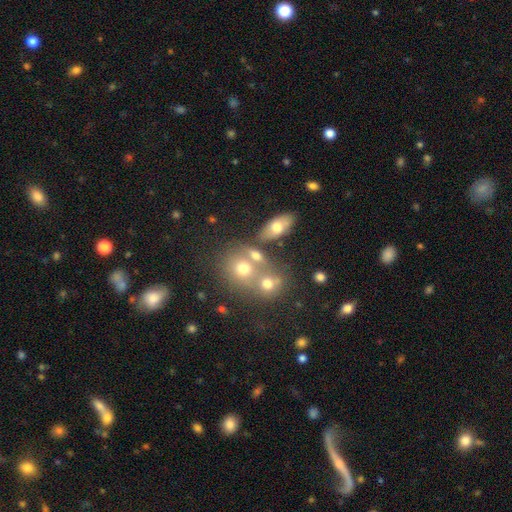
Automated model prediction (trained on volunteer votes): Overall: smooth (67%). How rounded: round (52%; in between 44%). Merging: none (45%; merger 38%).